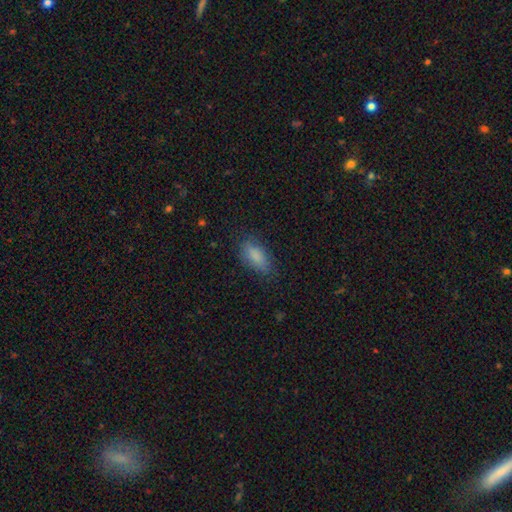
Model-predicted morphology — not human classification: Smooth or featured? smooth (85%)
How rounded? in between (84%)
Merging? none (77%)